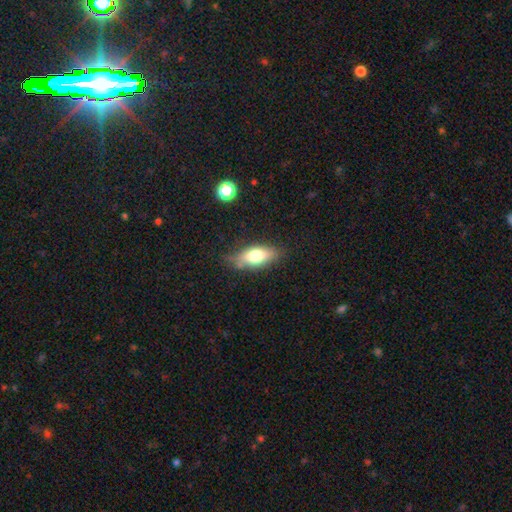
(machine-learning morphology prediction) Overall: smooth (69%). How rounded: in between (77%). Merging: none (71%).